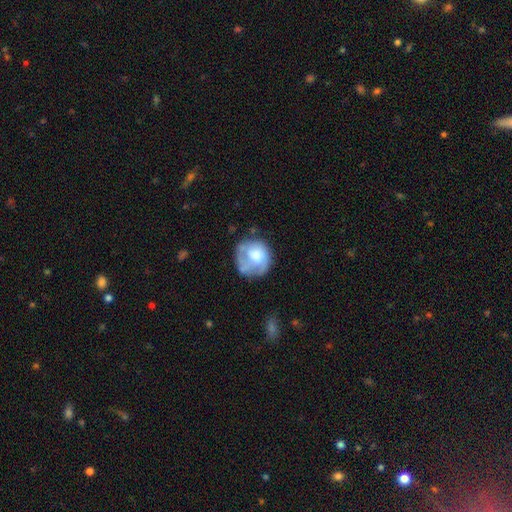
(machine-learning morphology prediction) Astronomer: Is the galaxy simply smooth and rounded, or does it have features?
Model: smooth — 48% (runner-up: featured or disk, 44%).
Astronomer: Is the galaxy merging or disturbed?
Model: none — 55%.